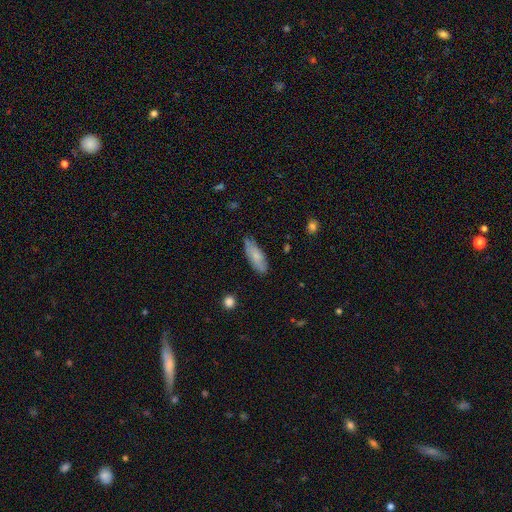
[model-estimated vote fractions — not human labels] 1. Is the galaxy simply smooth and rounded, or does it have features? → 74% smooth, 20% featured or disk, 6% star or artifact.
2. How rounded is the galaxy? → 69% in between, 30% cigar-shaped, 2% round.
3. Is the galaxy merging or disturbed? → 74% none, 20% minor disturbance, 3% major disturbance, 2% merger.